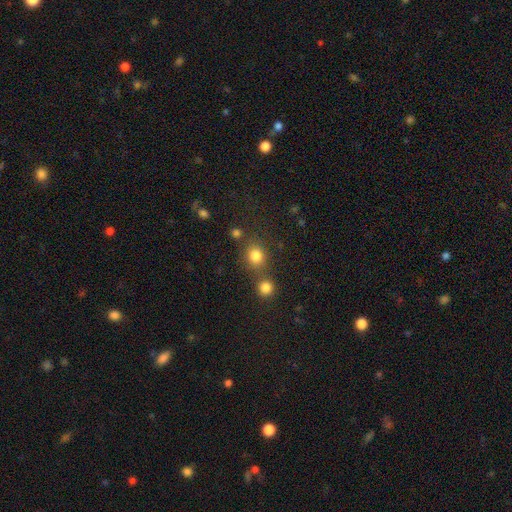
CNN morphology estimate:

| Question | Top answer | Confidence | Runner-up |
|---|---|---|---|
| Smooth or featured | smooth | 81% | star or artifact (13%) |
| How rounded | round | 77% | in between (21%) |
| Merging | none | 64% | merger (22%) |